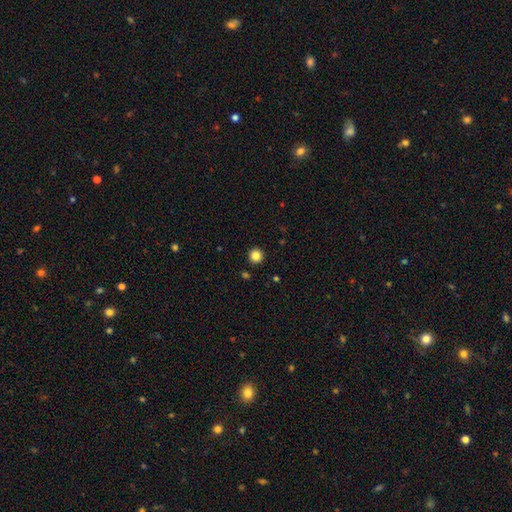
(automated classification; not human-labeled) Morphology: type=smooth (84%); roundness=round (95%); merging=none (92%).